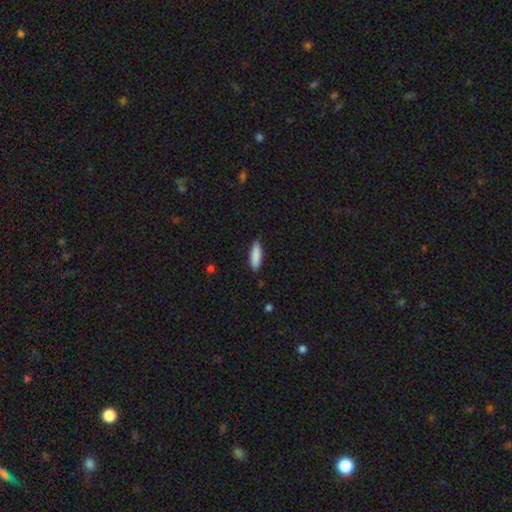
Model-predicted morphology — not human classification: The model was most divided on "how rounded": cigar-shaped: 53%, in between: 46%, round: 2%. More confident: smooth or featured — smooth (88%); merging — none (86%).